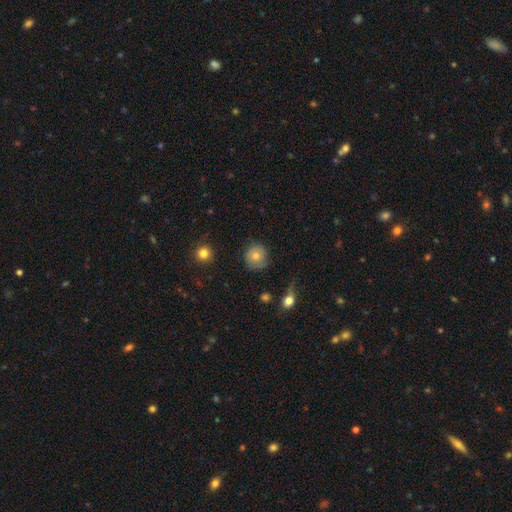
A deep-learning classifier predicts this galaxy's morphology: Smooth or featured?
  - smooth: 74% *
  - featured or disk: 16%
  - star or artifact: 10%
How rounded?
  - round: 90% *
  - in between: 9%
  - cigar-shaped: 1%
Merging?
  - none: 78% *
  - minor disturbance: 16%
  - major disturbance: 4%
  - merger: 2%